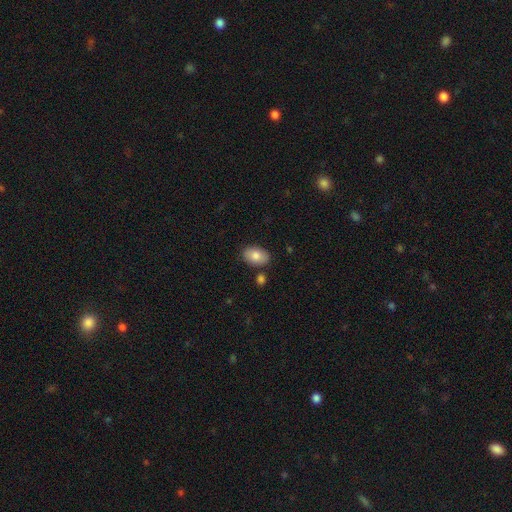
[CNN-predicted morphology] A smooth galaxy with no disk features (83%) that is in between round and cigar-shaped (88%).

Vote fractions:
- Smooth or featured? smooth: 83% / featured or disk: 11% / star or artifact: 7%
- How rounded? in between: 88% / round: 10% / cigar-shaped: 1%
- Merging? none: 83% / minor disturbance: 10% / merger: 4% / major disturbance: 2%